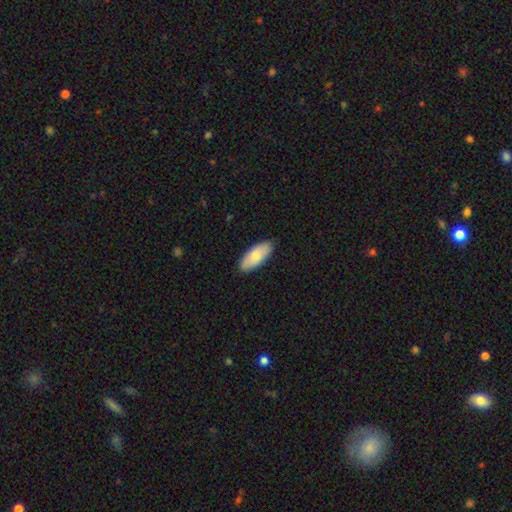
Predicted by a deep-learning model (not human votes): smooth_or_featured: smooth (p=0.77) [alt: featured or disk p=0.18]
how_rounded: in between (p=0.85) [alt: cigar-shaped p=0.13]
merging: none (p=0.87) [alt: minor disturbance p=0.10]